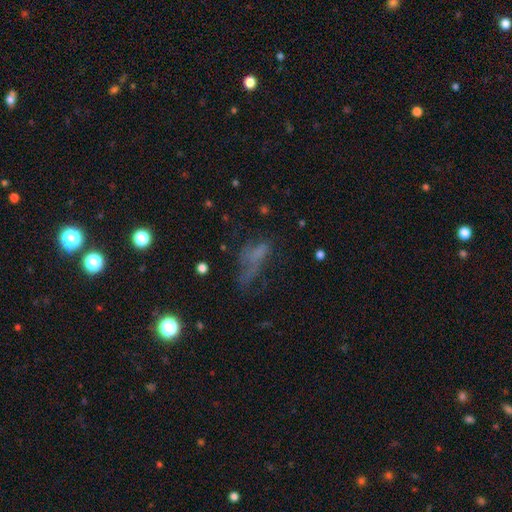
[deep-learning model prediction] The model was most divided on "merging": major disturbance: 40%, none: 33%, minor disturbance: 21%, merger: 6%. Remaining: smooth or featured — smooth (43%).